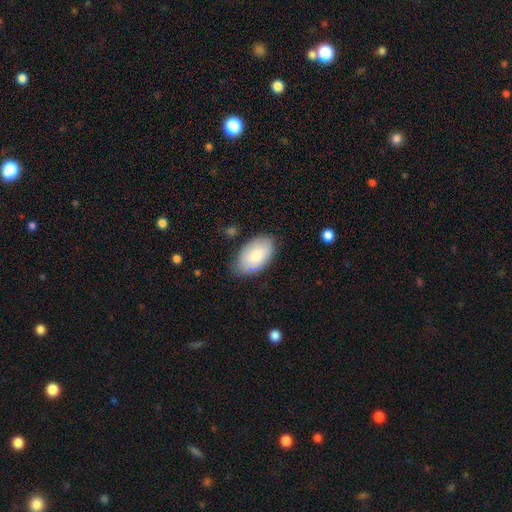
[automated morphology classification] A smooth galaxy with no disk features (73%) that is in between round and cigar-shaped (93%). Merging: none (76%).